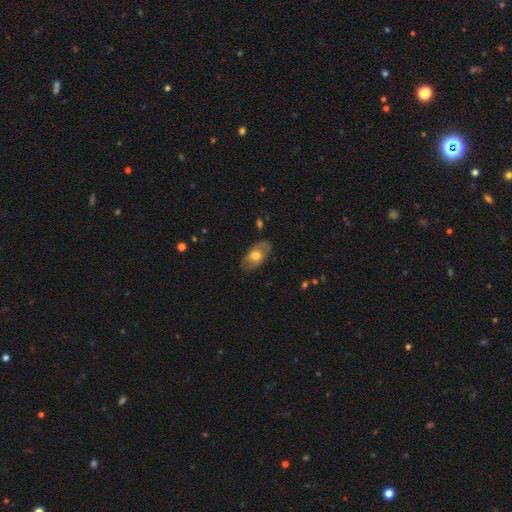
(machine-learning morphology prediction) Smooth or featured?
  - smooth: 53% *
  - featured or disk: 40%
  - star or artifact: 6%
How rounded?
  - in between: 91% *
  - round: 7%
  - cigar-shaped: 2%
Merging?
  - none: 80% *
  - minor disturbance: 15%
  - major disturbance: 4%
  - merger: 1%